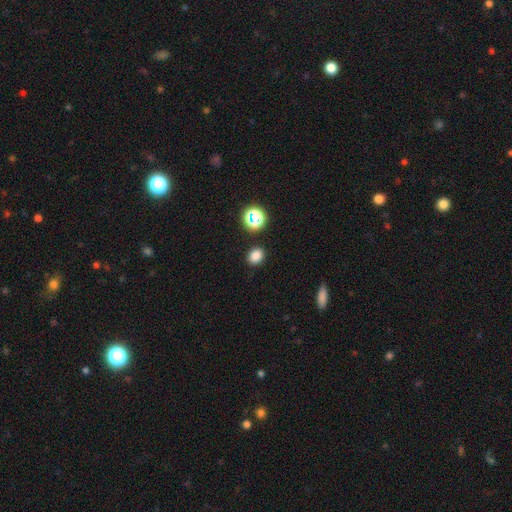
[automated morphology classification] This appears to be a smooth galaxy with no disk features (80%) that is round (53%). Merging: none (87%).